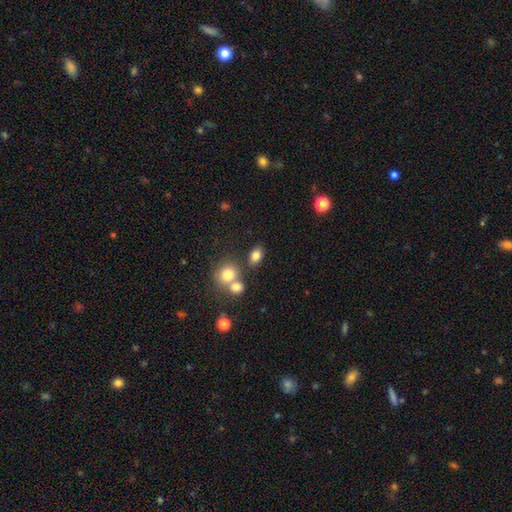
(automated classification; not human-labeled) The model was most divided on "merging": none: 68%, merger: 18%, minor disturbance: 11%, major disturbance: 4%. More confident: smooth or featured — smooth (81%); how rounded — in between (75%).